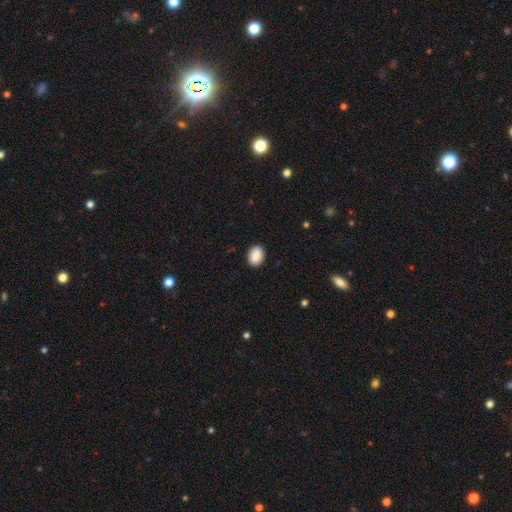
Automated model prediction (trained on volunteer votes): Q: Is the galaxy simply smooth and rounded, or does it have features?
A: smooth — 88%.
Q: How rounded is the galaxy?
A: in between — 63%.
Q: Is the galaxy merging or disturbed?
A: none — 89%.